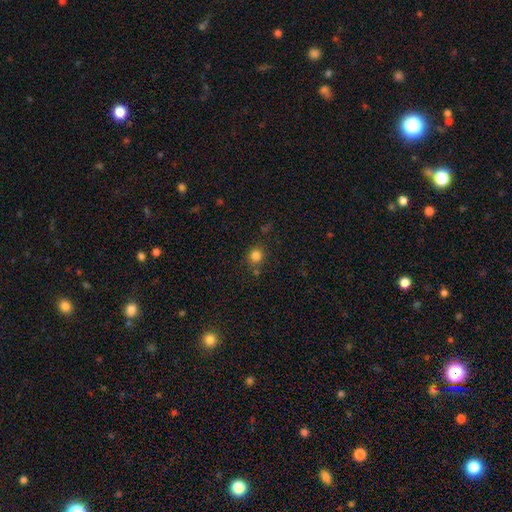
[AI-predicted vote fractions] This is clearly a smooth galaxy (82%). How rounded: clearly round (87%). Merging: likely none (78%).